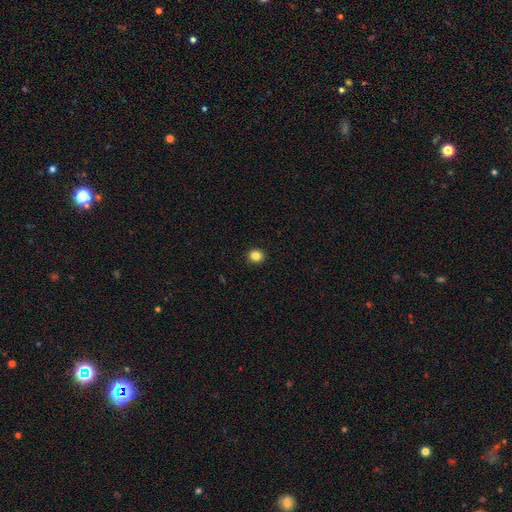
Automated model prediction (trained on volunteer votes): Overall: smooth (84%). How rounded: round (83%). Merging: none (93%).